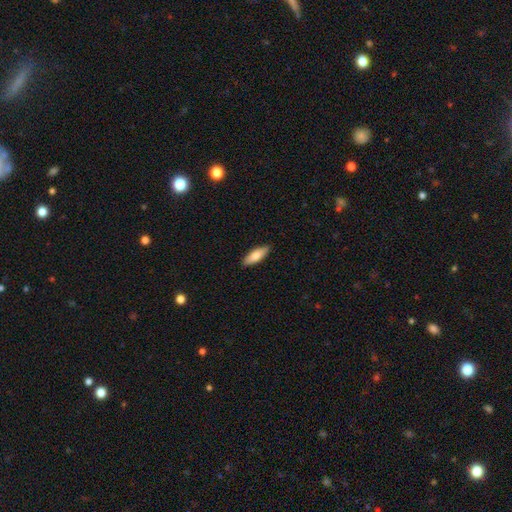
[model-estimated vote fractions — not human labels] This is likely a smooth galaxy (77%). How rounded: possibly in between (57%). Merging: clearly none (89%).